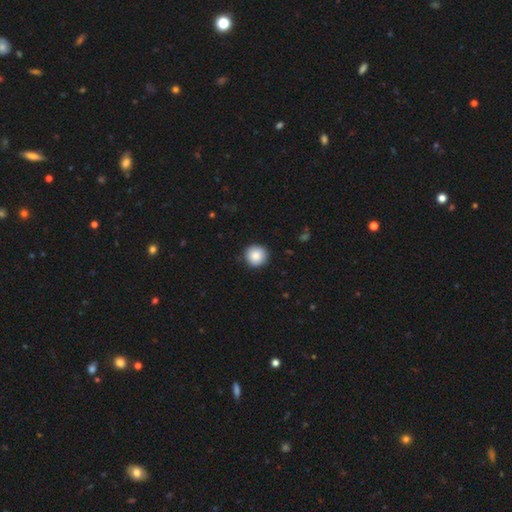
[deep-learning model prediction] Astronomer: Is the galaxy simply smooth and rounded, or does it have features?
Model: smooth — 88%.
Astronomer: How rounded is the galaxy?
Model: round — 95%.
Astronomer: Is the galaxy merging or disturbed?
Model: none — 90%.